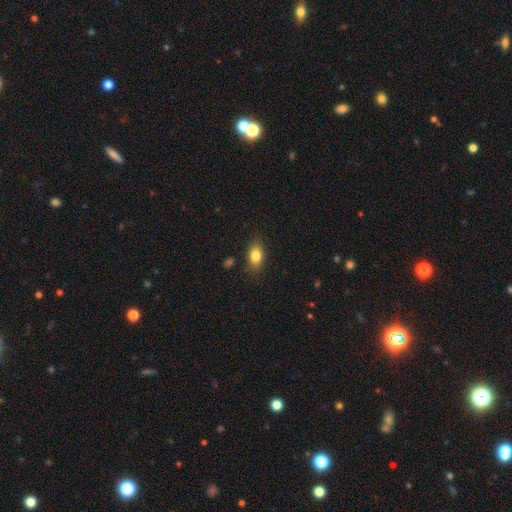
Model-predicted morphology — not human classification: smooth-or-featured: smooth: 83% | star or artifact: 9% | featured or disk: 9%
  how-rounded: in between: 84% | round: 12% | cigar-shaped: 4%
  merging: none: 83% | minor disturbance: 12% | major disturbance: 3% | merger: 2%